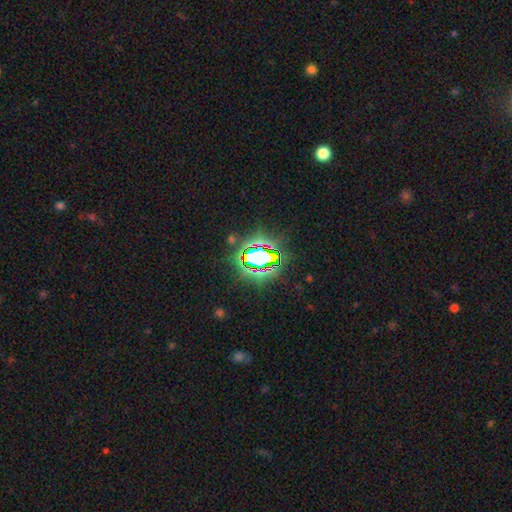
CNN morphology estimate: A star or artifact, not a galaxy (79%).

Vote fractions:
- Smooth or featured? star or artifact: 79% / smooth: 12% / featured or disk: 8%